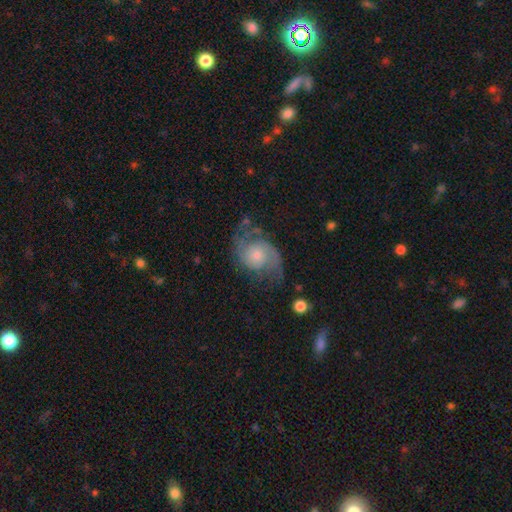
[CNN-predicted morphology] Q: Smooth or featured?
A: featured or disk (83%); runner-up: smooth (10%)
Q: Edge-on disk?
A: no (97%); runner-up: yes (3%)
Q: Bar?
A: no (74%); runner-up: weak (22%)
Q: Spiral arms?
A: yes (95%); runner-up: no (5%)
Q: Spiral winding?
A: medium (48%); runner-up: loose (31%)
Q: Spiral arm count?
A: 2 (87%); runner-up: can't tell (5%)
Q: Bulge size?
A: small (51%); runner-up: moderate (39%)
Q: Merging?
A: none (66%); runner-up: minor disturbance (20%)